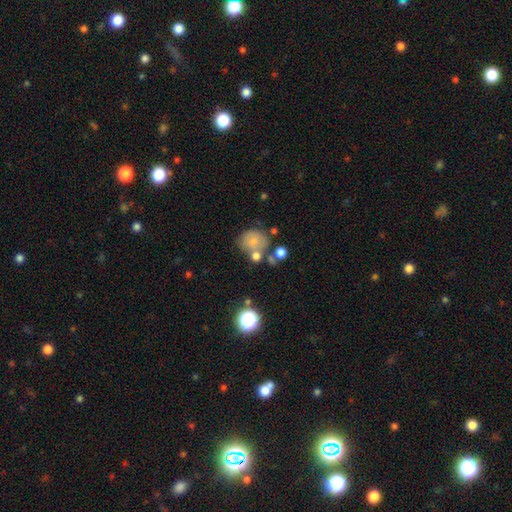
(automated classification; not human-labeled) Morphology: type=smooth (71%); roundness=round (76%); merging=none (51%).